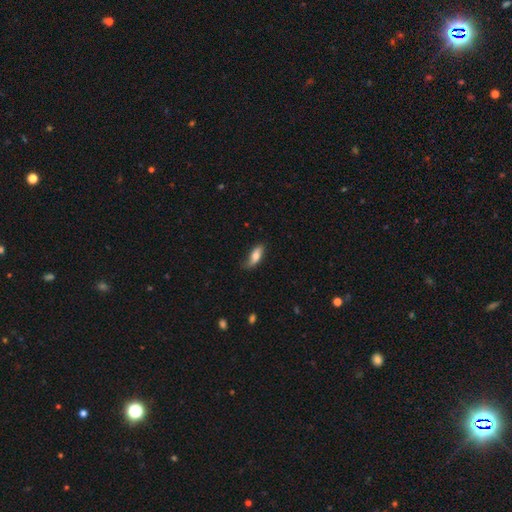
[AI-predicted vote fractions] Smooth or featured?
  - smooth: 71% *
  - featured or disk: 23%
  - star or artifact: 6%
How rounded?
  - in between: 70% *
  - cigar-shaped: 28%
  - round: 3%
Merging?
  - none: 62% *
  - minor disturbance: 29%
  - major disturbance: 7%
  - merger: 2%